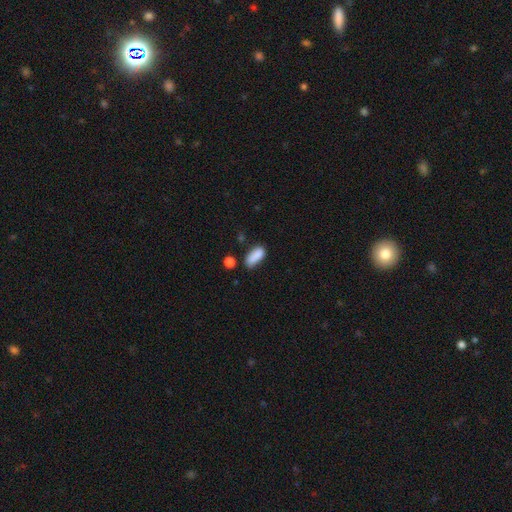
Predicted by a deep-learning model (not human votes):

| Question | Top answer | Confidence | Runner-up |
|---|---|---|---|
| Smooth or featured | smooth | 85% | star or artifact (8%) |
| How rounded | in between | 82% | cigar-shaped (15%) |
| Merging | none | 54% | minor disturbance (28%) |